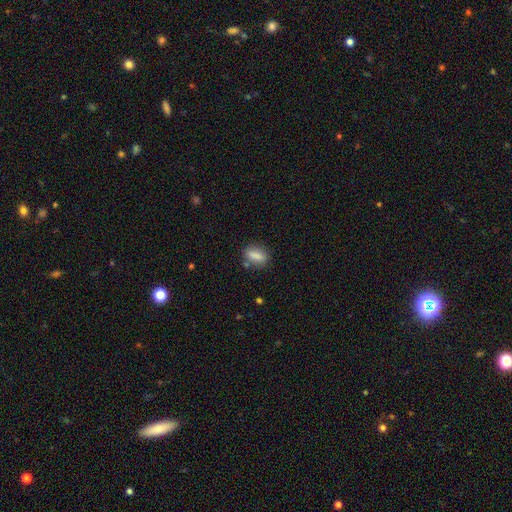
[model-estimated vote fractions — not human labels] Smooth or featured? Predicted: smooth (p=0.83). How rounded? Predicted: in between (p=0.71). Merging? Predicted: none (p=0.81).